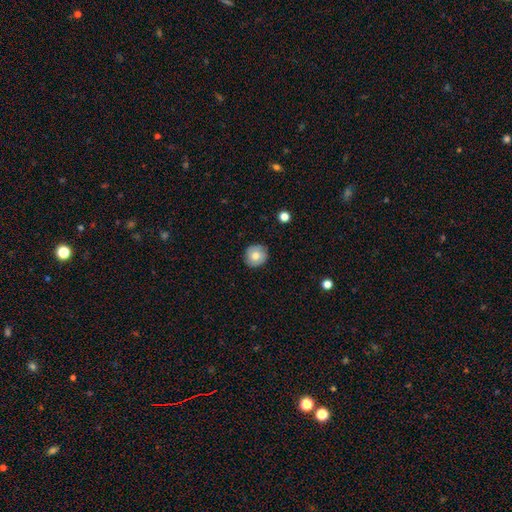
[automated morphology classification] Smooth or featured? smooth (76%)
How rounded? round (92%)
Merging? none (88%)